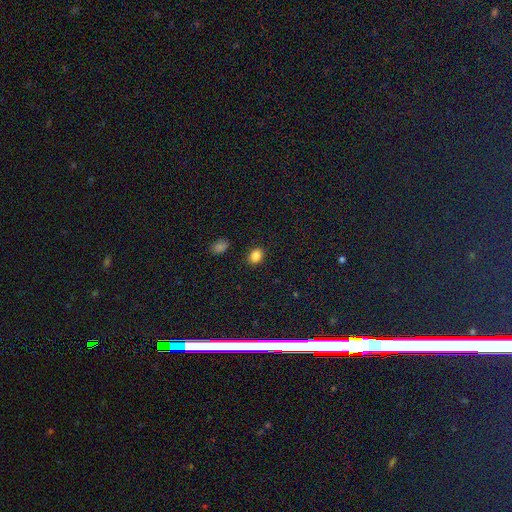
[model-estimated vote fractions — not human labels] A smooth galaxy with no disk features (85%) that is round (50%). Merging: none (89%).